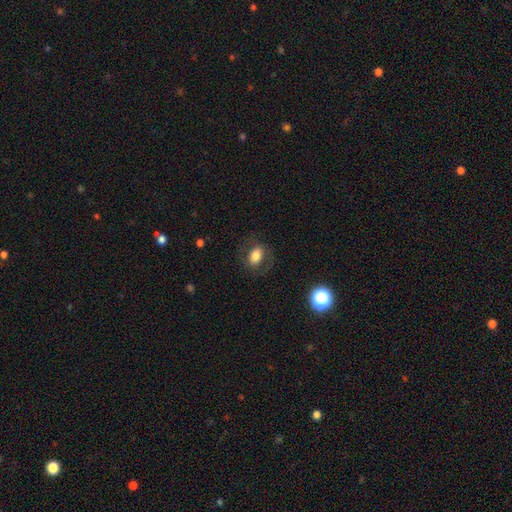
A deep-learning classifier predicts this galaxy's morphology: This is likely a smooth galaxy (72%). How rounded: likely in between (77%). Merging: likely none (74%).